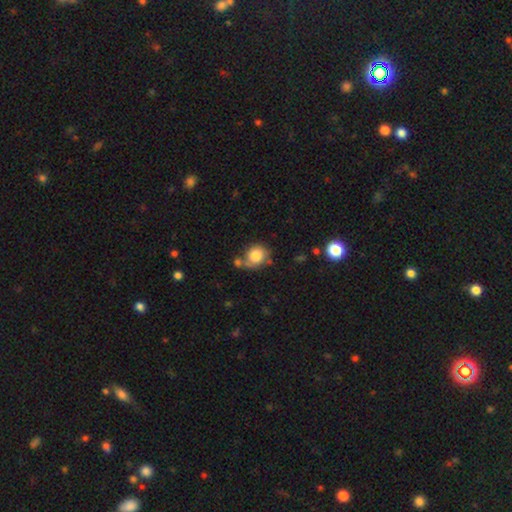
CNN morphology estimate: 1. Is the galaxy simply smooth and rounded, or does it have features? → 81% smooth, 10% featured or disk, 9% star or artifact.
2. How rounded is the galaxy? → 76% round, 23% in between, 1% cigar-shaped.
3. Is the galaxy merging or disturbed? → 55% none, 19% merger, 19% minor disturbance, 7% major disturbance.